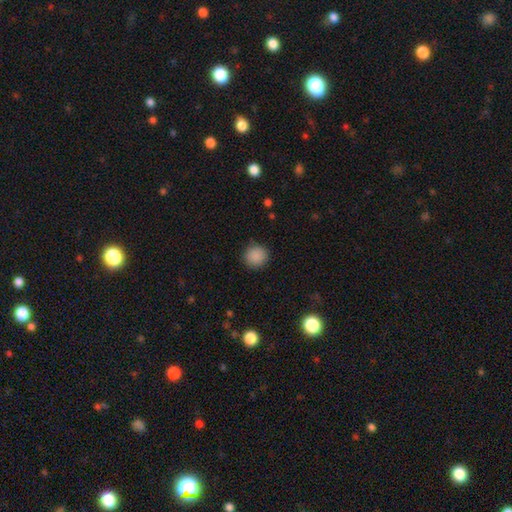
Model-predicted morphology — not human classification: The model was most divided on "smooth or featured": smooth: 88%, star or artifact: 9%, featured or disk: 3%. More confident: how rounded — round (92%); merging — none (89%).